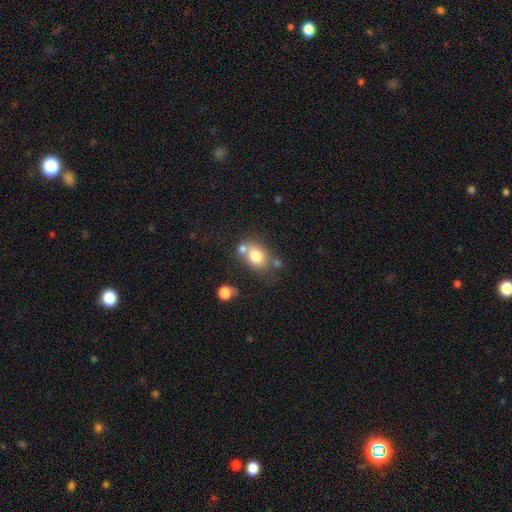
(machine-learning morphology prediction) Smooth or featured: smooth — 75% (featured or disk — 15%)
How rounded: in between — 60% (round — 39%)
Merging: none — 49% (merger — 29%)